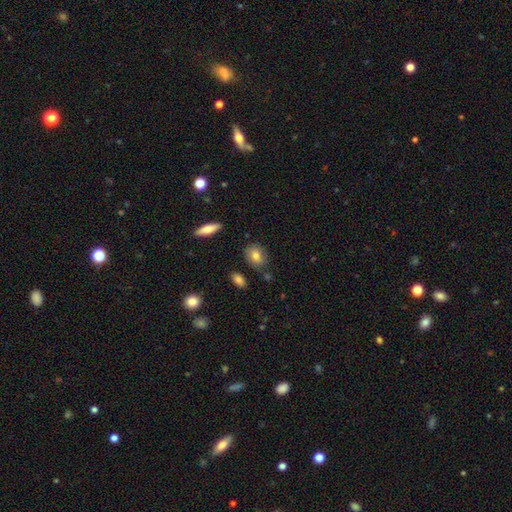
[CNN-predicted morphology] smooth_or_featured: smooth (p=0.79) [alt: featured or disk p=0.13]
how_rounded: in between (p=0.61) [alt: round p=0.36]
merging: none (p=0.79) [alt: minor disturbance p=0.14]